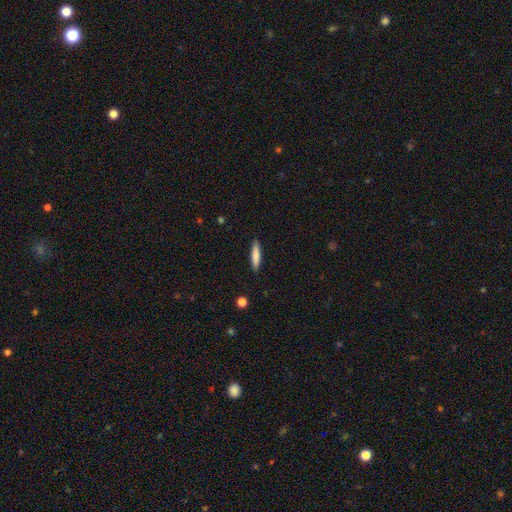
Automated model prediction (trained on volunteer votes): A smooth galaxy with no disk features (77%) that is cigar-shaped (85%).

Vote fractions:
- Smooth or featured? smooth: 77% / featured or disk: 17% / star or artifact: 6%
- How rounded? cigar-shaped: 85% / in between: 14% / round: 1%
- Merging? none: 90% / minor disturbance: 8% / major disturbance: 2% / merger: 1%